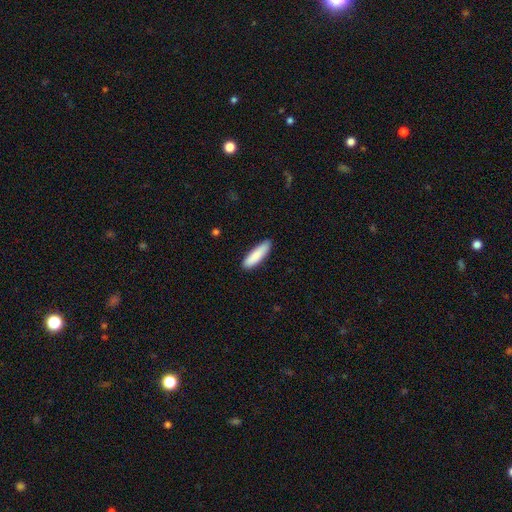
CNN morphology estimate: This appears to be a smooth galaxy with no disk features (87%) that is cigar-shaped (67%). Merging: none (86%).